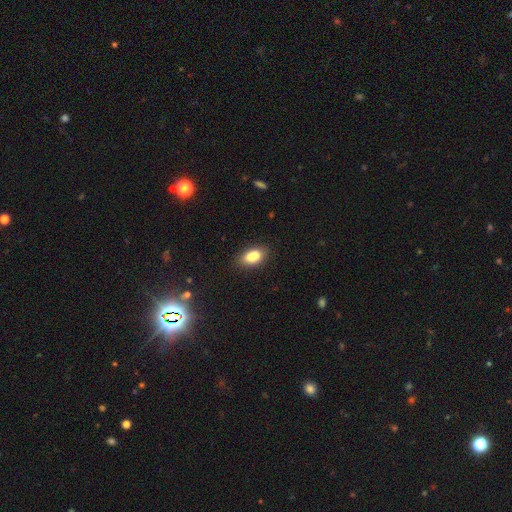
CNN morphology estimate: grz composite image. It shows a smooth galaxy with no disk features (80%) that is in between round and cigar-shaped (89%). Merging: none (73%).